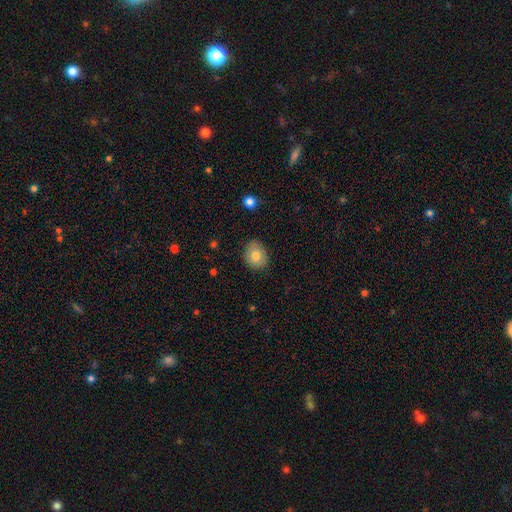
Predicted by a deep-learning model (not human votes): smooth-or-featured: smooth: 78% | featured or disk: 14% | star or artifact: 8%
  how-rounded: round: 51% | in between: 48% | cigar-shaped: 1%
  merging: none: 85% | minor disturbance: 12% | major disturbance: 2% | merger: 1%